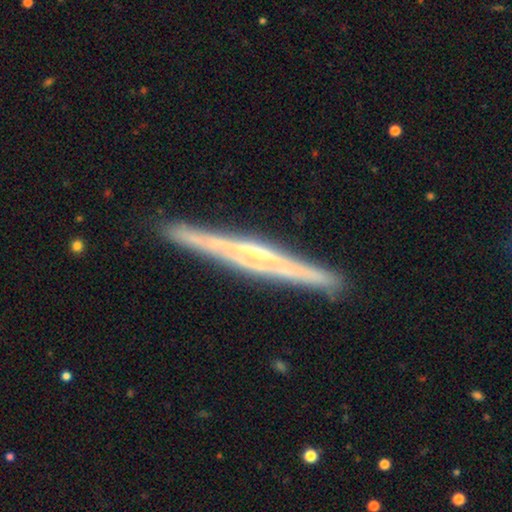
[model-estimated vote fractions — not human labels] smooth-or-featured: featured or disk: 81% | smooth: 14% | star or artifact: 6%
  disk-edge-on: yes: 97% | no: 3%
    edge-on-bulge: rounded: 48% | none: 34% | boxy: 18%
  merging: none: 90% | minor disturbance: 8% | major disturbance: 1% | merger: 1%